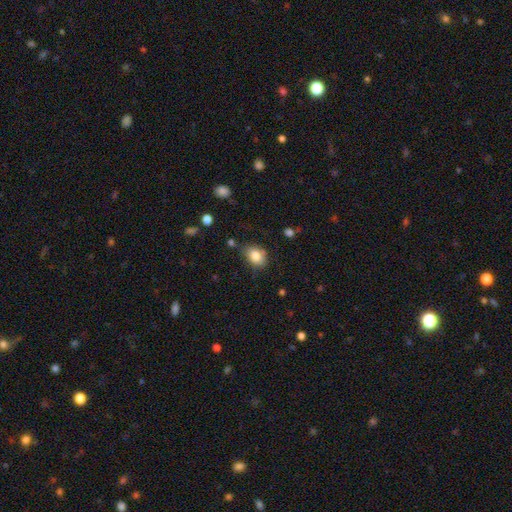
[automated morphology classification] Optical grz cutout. It shows a smooth galaxy with no disk features (83%) that is in between round and cigar-shaped (64%). Merging: none (70%).